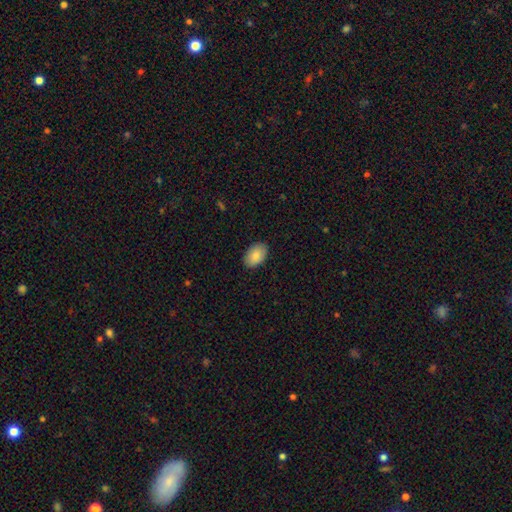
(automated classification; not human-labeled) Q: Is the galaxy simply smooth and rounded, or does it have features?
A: smooth — 85%.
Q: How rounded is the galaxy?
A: in between — 92%.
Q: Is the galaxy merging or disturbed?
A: none — 89%.